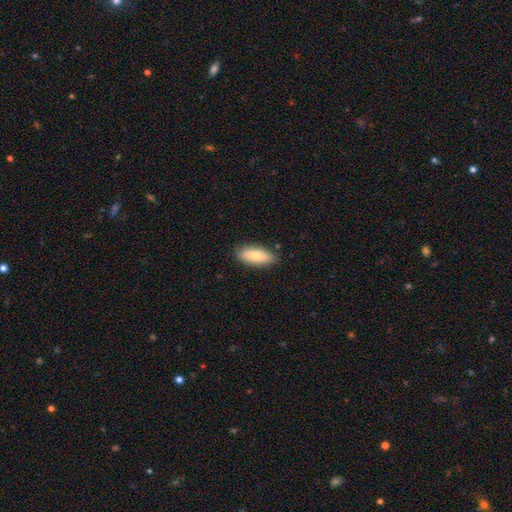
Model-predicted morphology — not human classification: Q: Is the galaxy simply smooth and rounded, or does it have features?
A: smooth — 77%.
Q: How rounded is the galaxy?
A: in between — 81%.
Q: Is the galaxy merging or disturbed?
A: none — 84%.